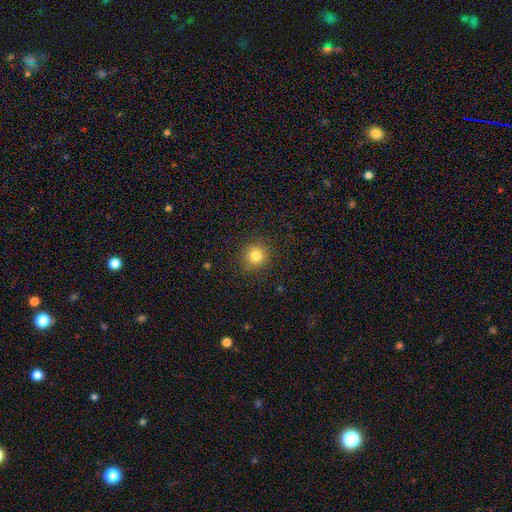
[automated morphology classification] Overall: smooth (81%). How rounded: round (94%). Merging: none (89%).